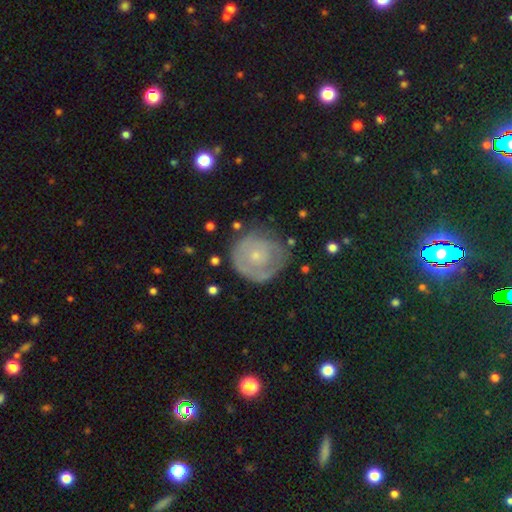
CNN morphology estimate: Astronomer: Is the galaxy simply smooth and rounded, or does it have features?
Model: featured or disk — 58% (runner-up: smooth, 35%).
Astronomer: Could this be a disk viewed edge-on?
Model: no — 97%.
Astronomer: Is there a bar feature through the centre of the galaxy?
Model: no — 86%.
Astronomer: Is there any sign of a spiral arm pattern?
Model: yes — 60% (runner-up: no, 40%).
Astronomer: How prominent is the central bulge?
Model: small — 74%.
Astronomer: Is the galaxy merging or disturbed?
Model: none — 65%.